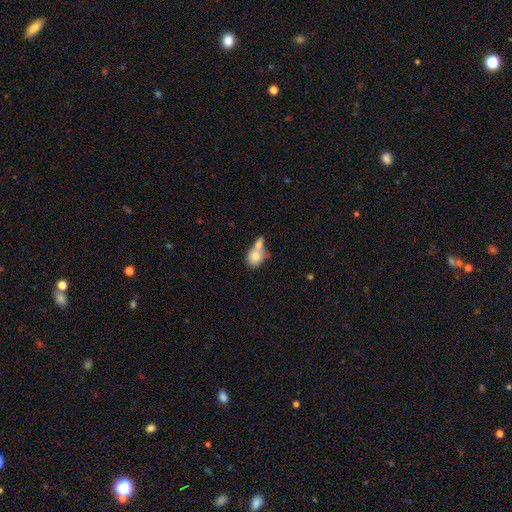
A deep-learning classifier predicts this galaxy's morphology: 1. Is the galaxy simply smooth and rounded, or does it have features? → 75% smooth, 17% featured or disk, 8% star or artifact.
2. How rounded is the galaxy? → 54% round, 44% in between, 2% cigar-shaped.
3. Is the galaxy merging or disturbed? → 62% merger, 25% none, 9% minor disturbance, 4% major disturbance.